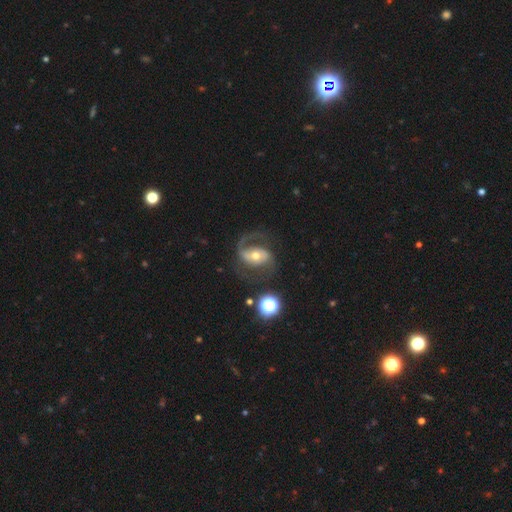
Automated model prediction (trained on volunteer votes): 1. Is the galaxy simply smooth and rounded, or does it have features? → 83% featured or disk, 10% smooth, 7% star or artifact.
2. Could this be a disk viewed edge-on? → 97% no, 3% yes.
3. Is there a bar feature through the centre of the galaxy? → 35% weak (tied), 35% strong (tied), 30% no.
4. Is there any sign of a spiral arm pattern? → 93% yes, 7% no.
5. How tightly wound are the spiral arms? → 52% medium, 32% loose, 16% tight.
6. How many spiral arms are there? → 73% 2, 21% 1, 4% can't tell, 1% 3, 1% 4, 1% more than 4.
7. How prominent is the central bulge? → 64% moderate, 28% small, 6% large, 1% none, 1% dominant.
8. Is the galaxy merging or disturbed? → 61% none, 20% major disturbance, 16% minor disturbance, 3% merger.